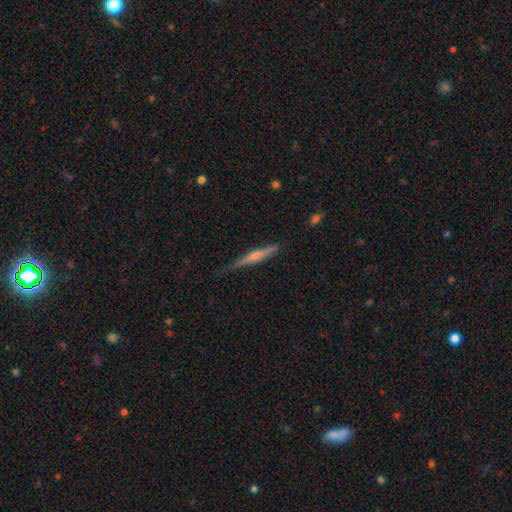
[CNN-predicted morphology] A featured or disk galaxy (57%) viewed edge-on (97%) with a rounded central bulge (64%).

Vote fractions:
- Smooth or featured? featured or disk: 57% / smooth: 37% / star or artifact: 6%
- Edge-on disk? yes: 97% / no: 3%
- Edge-on bulge? rounded: 64% / none: 25% / boxy: 11%
- Merging? none: 76% / minor disturbance: 19% / major disturbance: 3% / merger: 2%